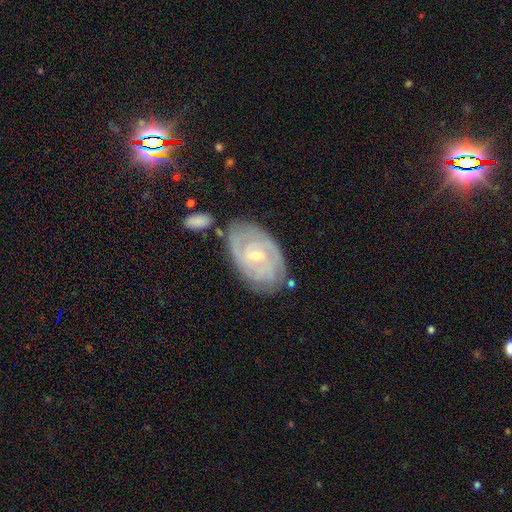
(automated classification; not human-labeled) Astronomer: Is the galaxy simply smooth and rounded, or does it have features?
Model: featured or disk — 83%.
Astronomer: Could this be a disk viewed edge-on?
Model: no — 96%.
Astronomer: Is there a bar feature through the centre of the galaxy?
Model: no — 52% (runner-up: weak, 40%).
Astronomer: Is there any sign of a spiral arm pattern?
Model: yes — 95%.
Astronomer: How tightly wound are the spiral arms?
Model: tight — 74%.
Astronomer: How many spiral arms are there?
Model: can't tell — 31% (runner-up: 2, 29%).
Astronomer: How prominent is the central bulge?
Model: small — 56% (runner-up: moderate, 41%).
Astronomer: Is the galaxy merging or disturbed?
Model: none — 73%.